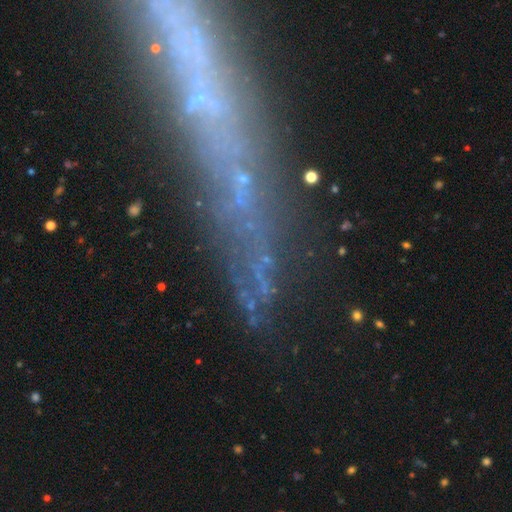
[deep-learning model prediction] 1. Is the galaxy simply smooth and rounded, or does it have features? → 43% star or artifact, 34% featured or disk, 23% smooth.